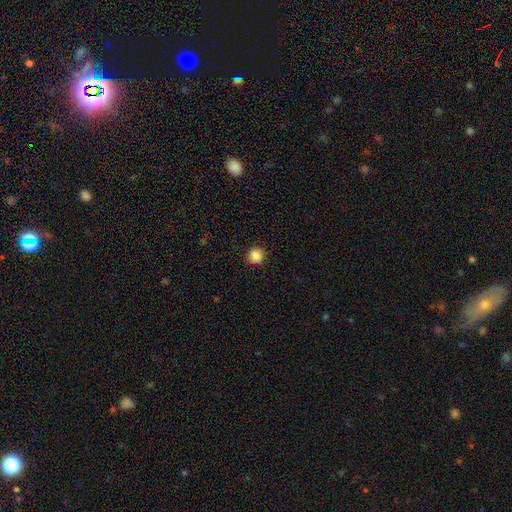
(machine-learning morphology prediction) A smooth galaxy with no disk features (87%) that is round (94%). Merging: none (91%).